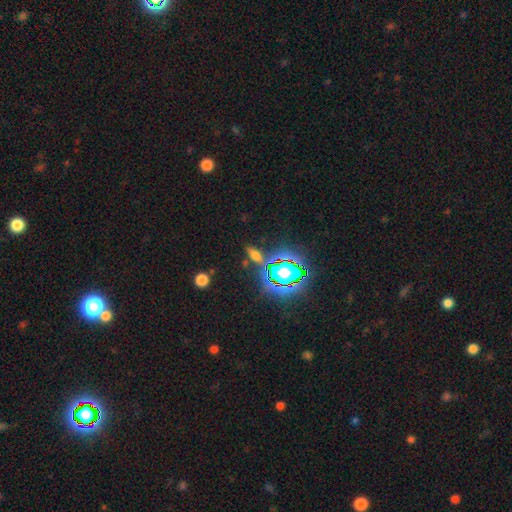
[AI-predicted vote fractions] A smooth galaxy with no disk features (41%).

Vote fractions:
- Smooth or featured? smooth: 41% / star or artifact: 36% / featured or disk: 22%
- Merging? none: 74% / minor disturbance: 13% / merger: 7% / major disturbance: 6%